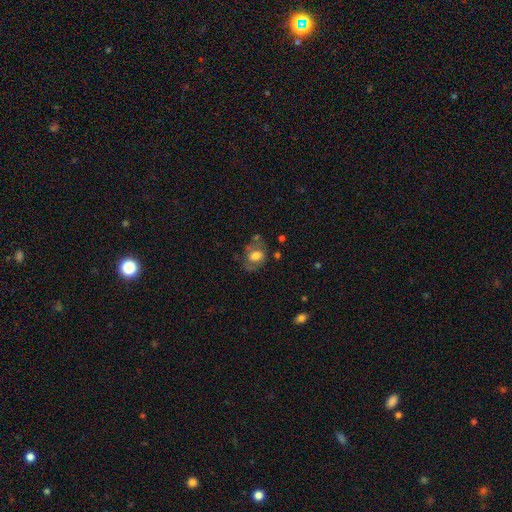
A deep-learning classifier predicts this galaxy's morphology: Smooth or featured? Predicted: smooth (p=0.59). How rounded? Predicted: in between (p=0.65). Merging? Predicted: none (p=0.53).